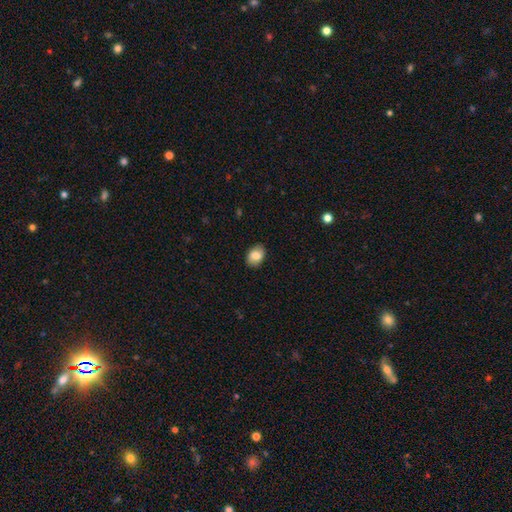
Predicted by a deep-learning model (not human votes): Morphology: type=smooth (81%); roundness=in between (81%); merging=none (86%).